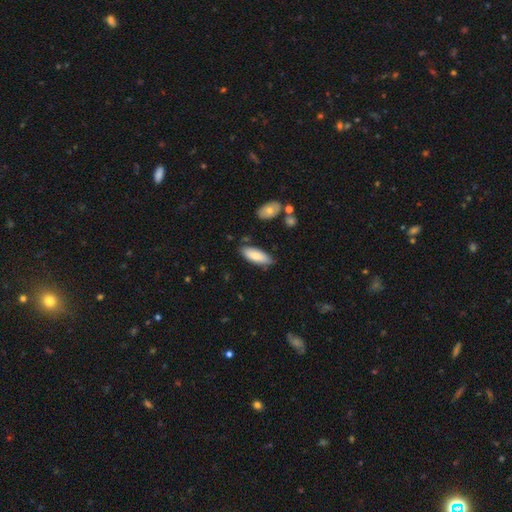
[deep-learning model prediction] Q: Smooth or featured?
A: smooth (78%); runner-up: featured or disk (16%)
Q: How rounded?
A: in between (72%); runner-up: cigar-shaped (26%)
Q: Merging?
A: none (76%); runner-up: minor disturbance (17%)